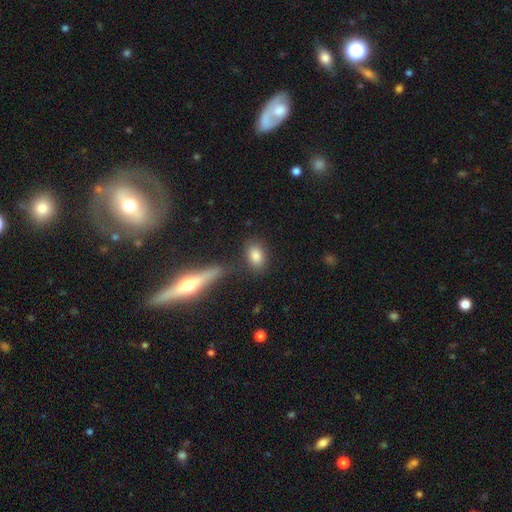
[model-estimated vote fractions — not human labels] Q: Smooth or featured?
A: smooth (83%); runner-up: featured or disk (9%)
Q: How rounded?
A: in between (81%); runner-up: round (15%)
Q: Merging?
A: none (76%); runner-up: minor disturbance (11%)